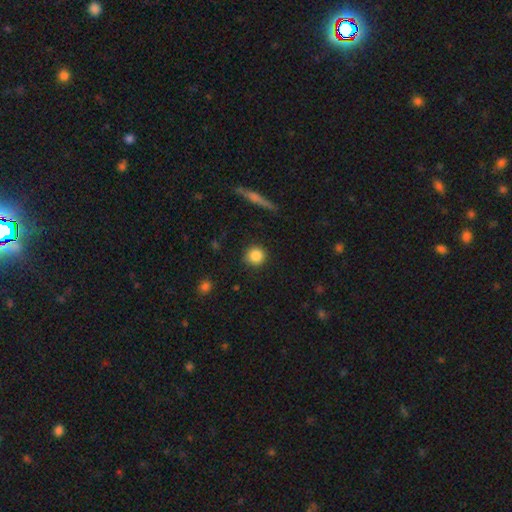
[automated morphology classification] type=smooth (86%); roundness=round (92%); merging=none (89%).